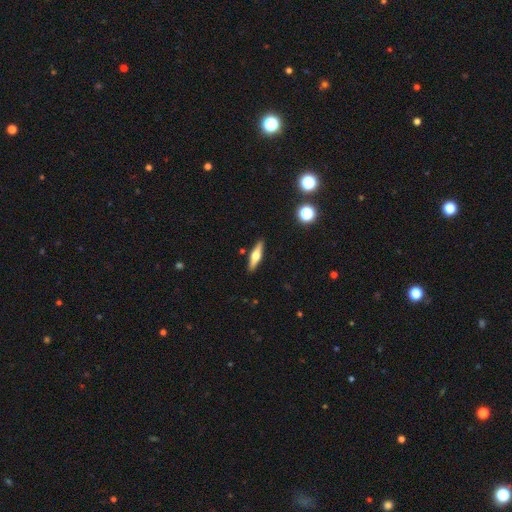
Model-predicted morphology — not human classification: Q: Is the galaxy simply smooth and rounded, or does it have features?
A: featured or disk — 52%.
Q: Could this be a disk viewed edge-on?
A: yes — 94%.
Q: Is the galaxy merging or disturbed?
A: none — 89%.